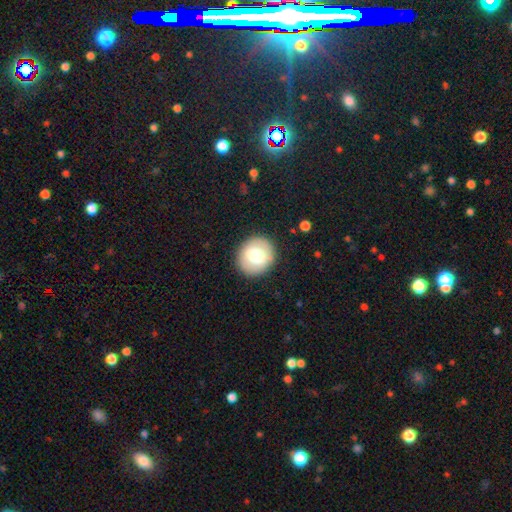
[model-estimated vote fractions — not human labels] Smooth or featured? smooth (67%)
How rounded? round (81%)
Merging? none (89%)